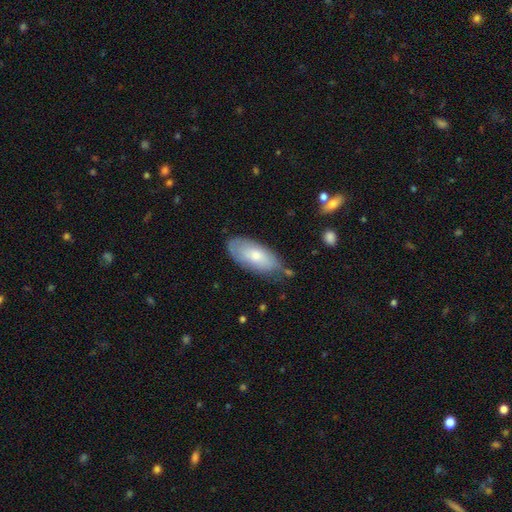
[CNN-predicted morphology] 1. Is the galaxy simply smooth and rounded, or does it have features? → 66% smooth, 28% featured or disk, 6% star or artifact.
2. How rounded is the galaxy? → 90% in between, 8% cigar-shaped, 3% round.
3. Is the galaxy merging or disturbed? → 66% none, 26% minor disturbance, 5% major disturbance, 3% merger.